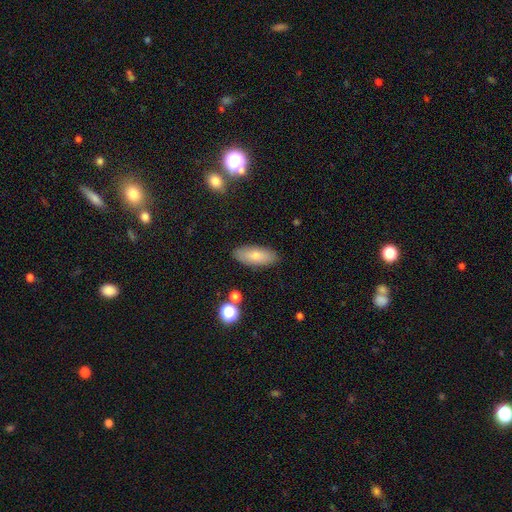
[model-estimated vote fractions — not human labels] smooth-or-featured: smooth: 77% | featured or disk: 16% | star or artifact: 7%
  how-rounded: in between: 77% | cigar-shaped: 20% | round: 3%
  merging: none: 87% | minor disturbance: 9% | major disturbance: 2% | merger: 2%